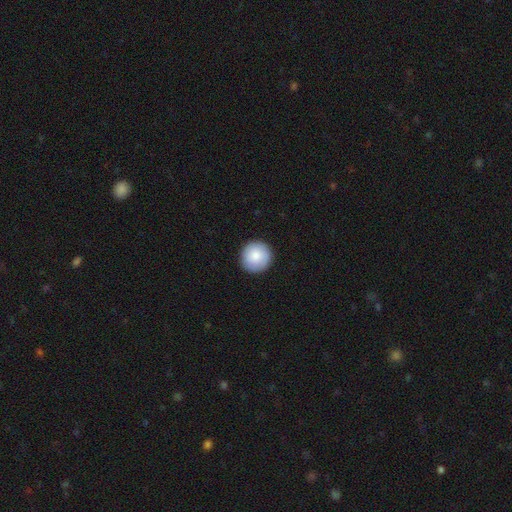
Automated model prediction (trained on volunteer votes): Q: Smooth or featured?
A: smooth (84%); runner-up: featured or disk (10%)
Q: How rounded?
A: round (95%); runner-up: in between (4%)
Q: Merging?
A: none (91%); runner-up: minor disturbance (6%)